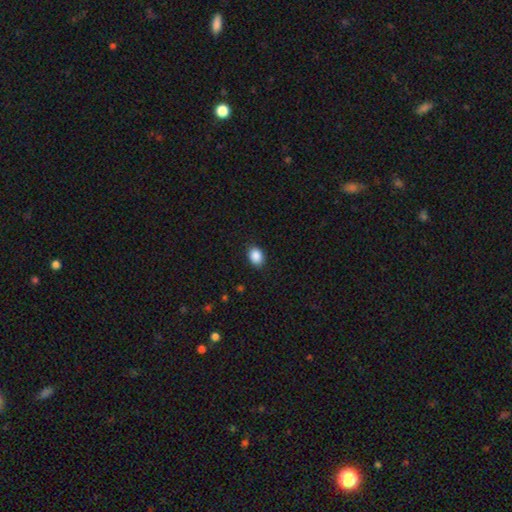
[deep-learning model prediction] smooth 89%, star or artifact 8%, featured or disk 3%. Down the decision tree: how rounded — in between (67%); merging — none (88%).